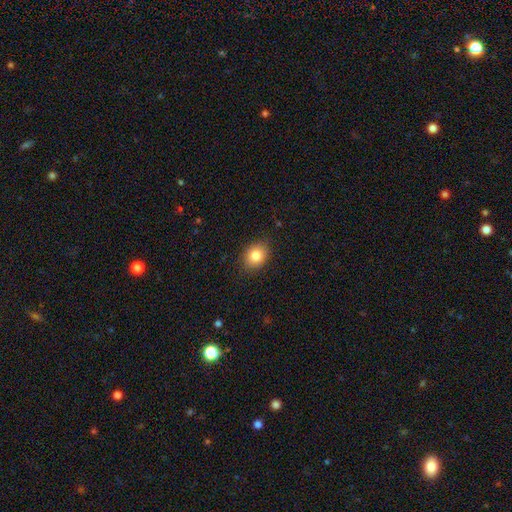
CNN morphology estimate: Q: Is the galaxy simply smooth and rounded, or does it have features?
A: smooth — 83%.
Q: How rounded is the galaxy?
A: round — 50%.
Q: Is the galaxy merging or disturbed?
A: none — 86%.